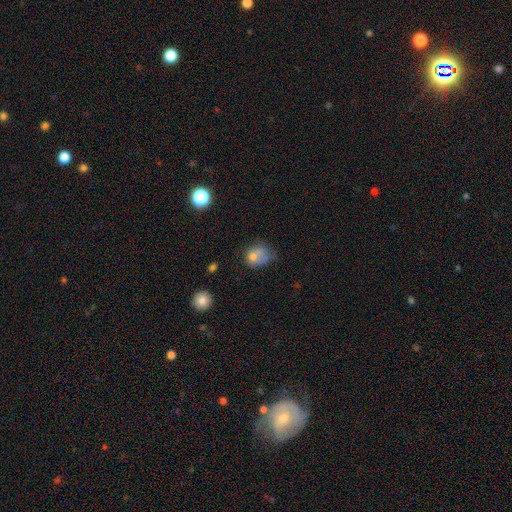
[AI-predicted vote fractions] Smooth or featured: smooth — 68% (featured or disk — 20%)
How rounded: in between — 51% (round — 48%)
Merging: none — 31% (minor disturbance — 29%)